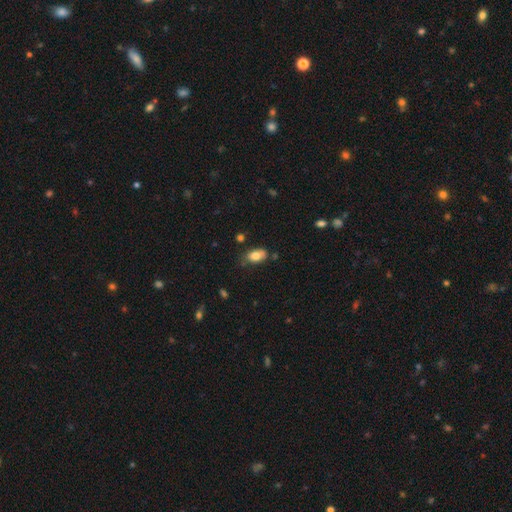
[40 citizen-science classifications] This is clearly a smooth galaxy (82%). How rounded: clearly in between (94%). Merging: marginally none (43%).